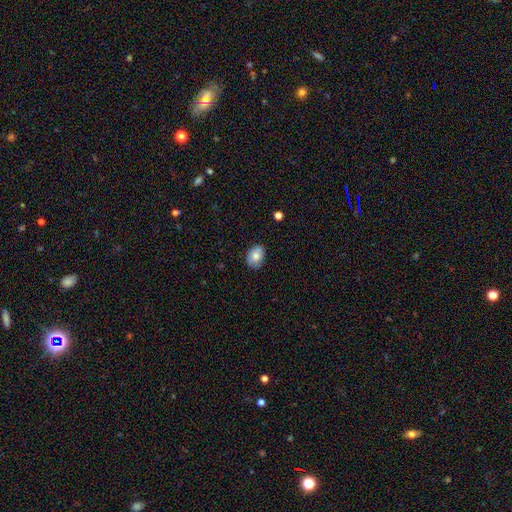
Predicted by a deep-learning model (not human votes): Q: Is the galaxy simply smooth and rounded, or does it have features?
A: smooth — 73%.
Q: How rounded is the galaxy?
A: in between — 73%.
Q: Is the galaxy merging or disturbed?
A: none — 75%.